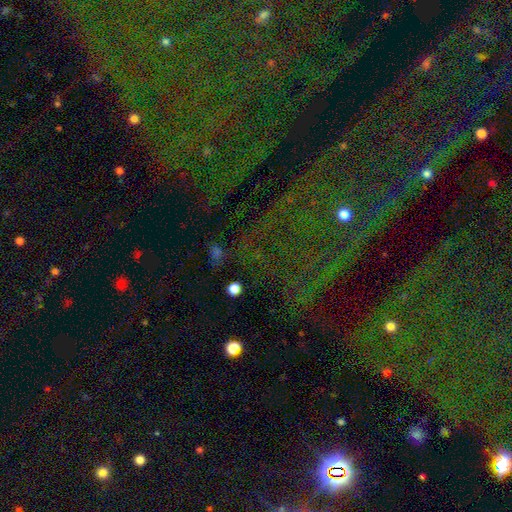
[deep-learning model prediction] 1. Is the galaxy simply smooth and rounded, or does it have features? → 76% star or artifact, 13% smooth, 12% featured or disk.